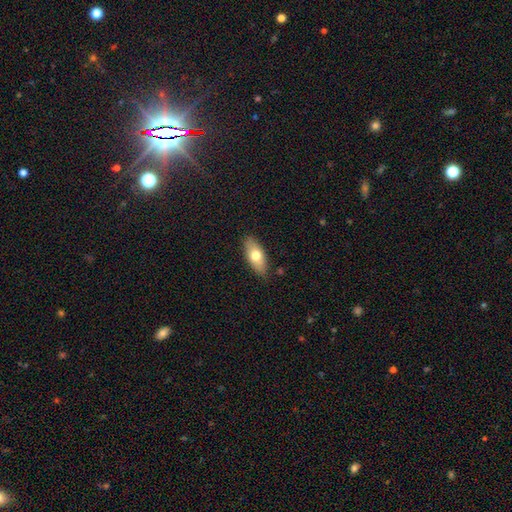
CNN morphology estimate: smooth-or-featured: smooth: 68% | featured or disk: 26% | star or artifact: 6%
  how-rounded: in between: 81% | cigar-shaped: 15% | round: 3%
  merging: none: 85% | minor disturbance: 12% | major disturbance: 2% | merger: 1%